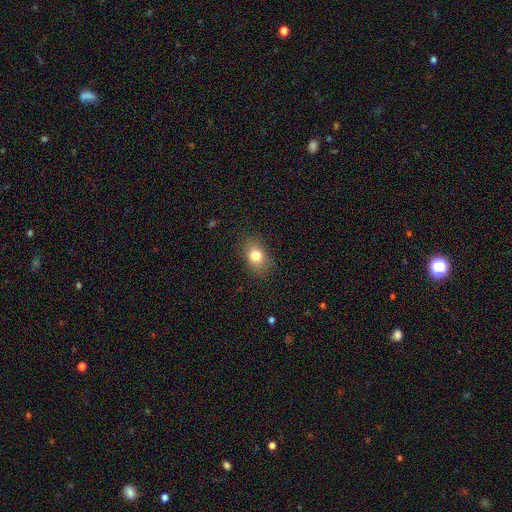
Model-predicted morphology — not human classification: type=smooth (79%); roundness=in between (68%); merging=none (82%).